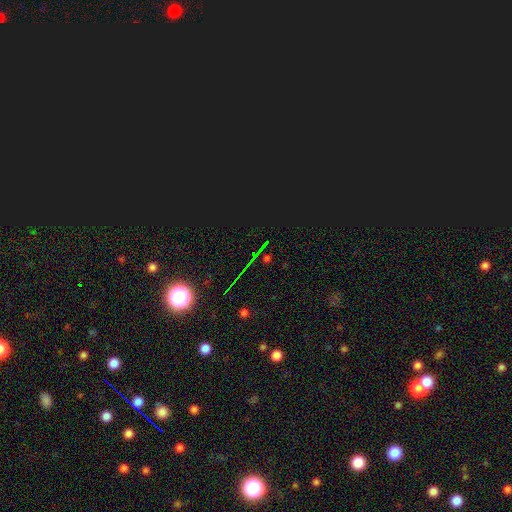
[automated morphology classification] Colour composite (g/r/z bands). It shows a star or artifact, not a galaxy (81%).